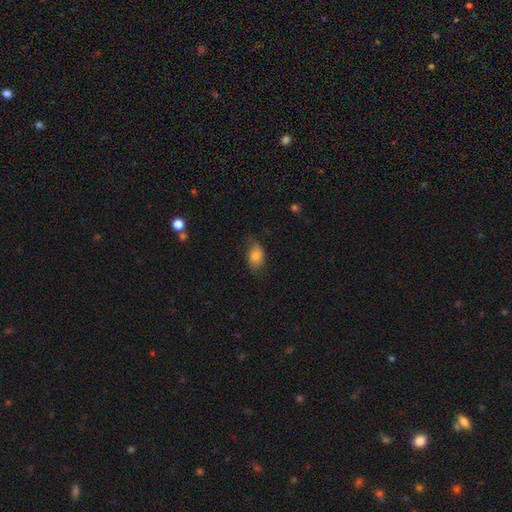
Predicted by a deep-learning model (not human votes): Smooth or featured? smooth (80%)
How rounded? in between (83%)
Merging? none (69%)